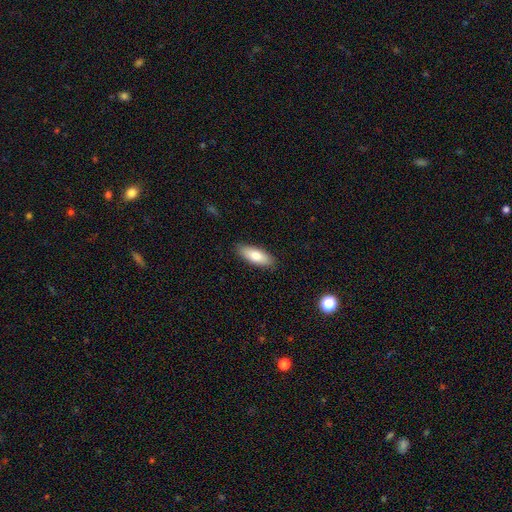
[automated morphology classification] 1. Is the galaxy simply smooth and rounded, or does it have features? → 78% smooth, 16% featured or disk, 6% star or artifact.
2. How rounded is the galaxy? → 70% in between, 28% cigar-shaped, 2% round.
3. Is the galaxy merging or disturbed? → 88% none, 9% minor disturbance, 2% major disturbance, 1% merger.